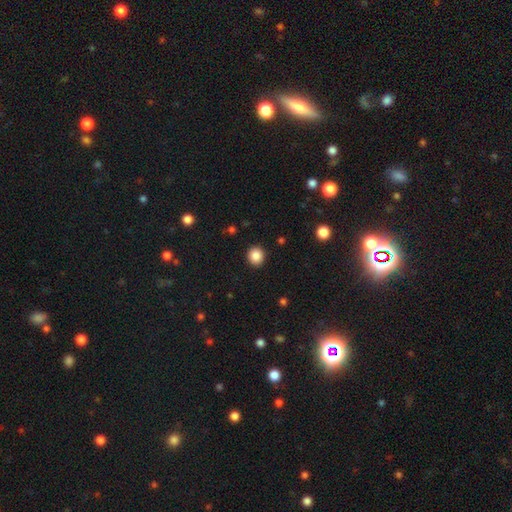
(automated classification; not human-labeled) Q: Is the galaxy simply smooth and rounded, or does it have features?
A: smooth — 87%.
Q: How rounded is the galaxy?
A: round — 88%.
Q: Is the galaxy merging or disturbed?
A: none — 92%.